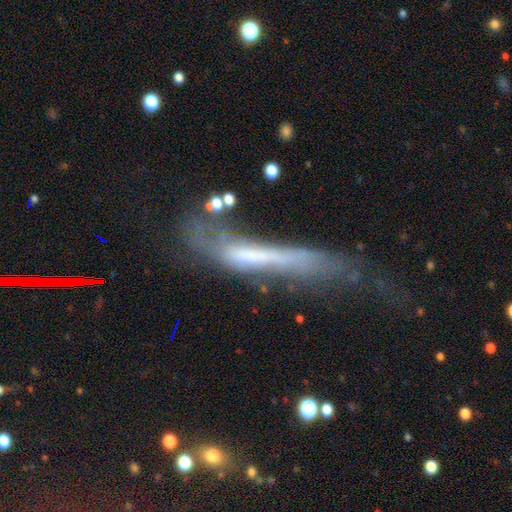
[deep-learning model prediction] This appears to be a featured or disk galaxy (50%). Merging: major disturbance (43%).